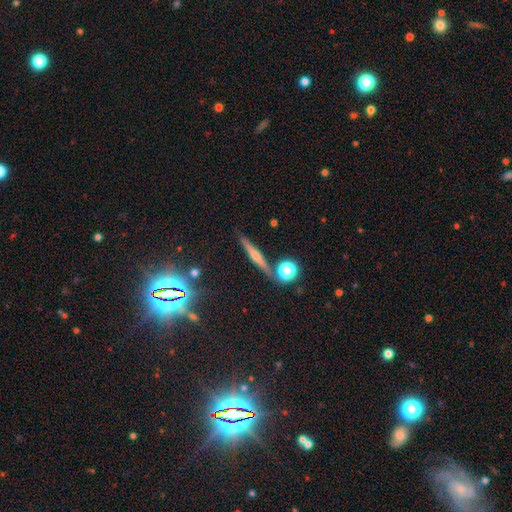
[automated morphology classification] Q: Smooth or featured?
A: featured or disk (57%); runner-up: smooth (31%)
Q: Edge-on disk?
A: yes (95%); runner-up: no (5%)
Q: Edge-on bulge?
A: rounded (76%); runner-up: none (17%)
Q: Merging?
A: none (84%); runner-up: minor disturbance (9%)